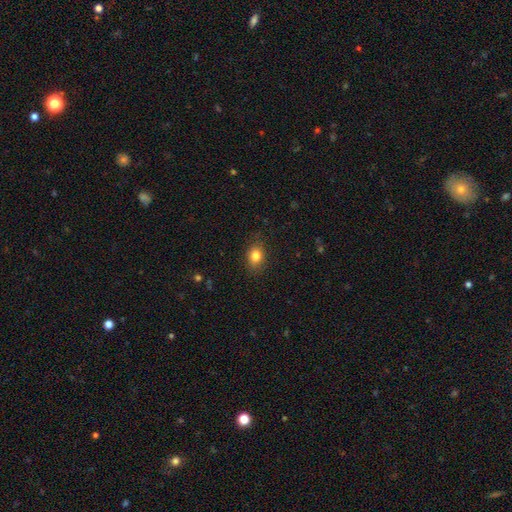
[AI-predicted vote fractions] This appears to be a smooth galaxy with no disk features (82%) that is in between round and cigar-shaped (65%). Merging: none (83%).